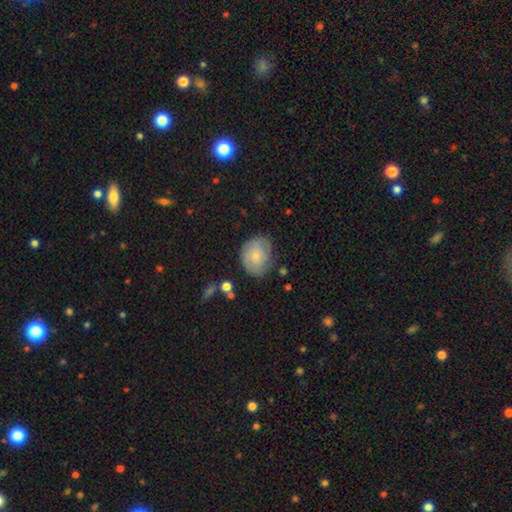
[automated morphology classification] This is possibly a smooth galaxy (51%). How rounded: possibly round (53%). Merging: likely none (73%).